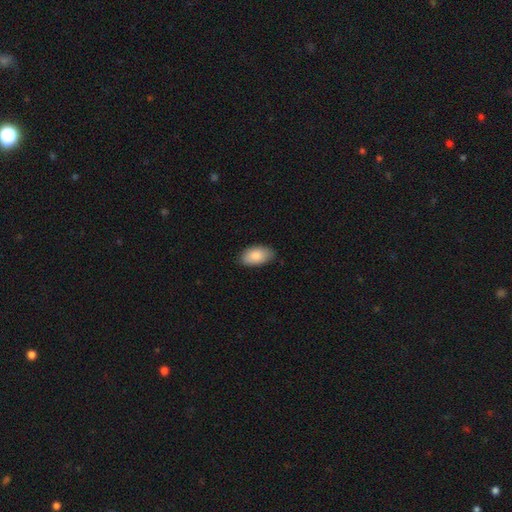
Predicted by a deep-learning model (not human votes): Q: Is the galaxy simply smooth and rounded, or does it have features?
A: smooth — 87%.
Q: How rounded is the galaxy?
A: in between — 95%.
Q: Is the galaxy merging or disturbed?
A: none — 83%.